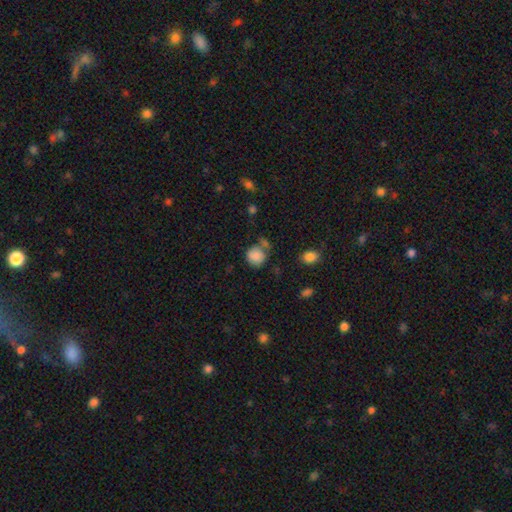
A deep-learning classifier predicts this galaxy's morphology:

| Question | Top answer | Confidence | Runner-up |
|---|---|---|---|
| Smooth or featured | smooth | 84% | star or artifact (9%) |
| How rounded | round | 82% | in between (17%) |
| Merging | none | 57% | minor disturbance (20%) |